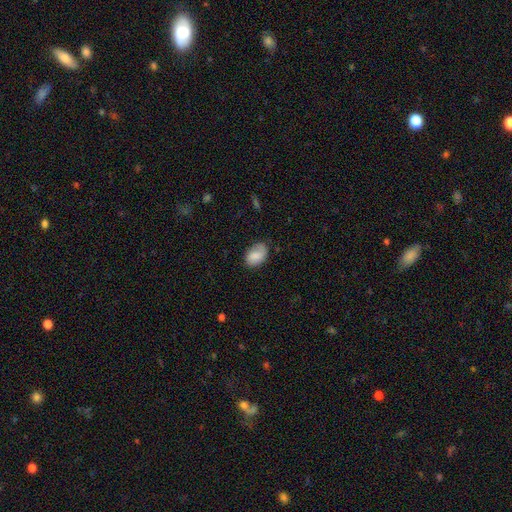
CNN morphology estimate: This appears to be a smooth galaxy with no disk features (81%) that is in between round and cigar-shaped (87%). Merging: none (69%).